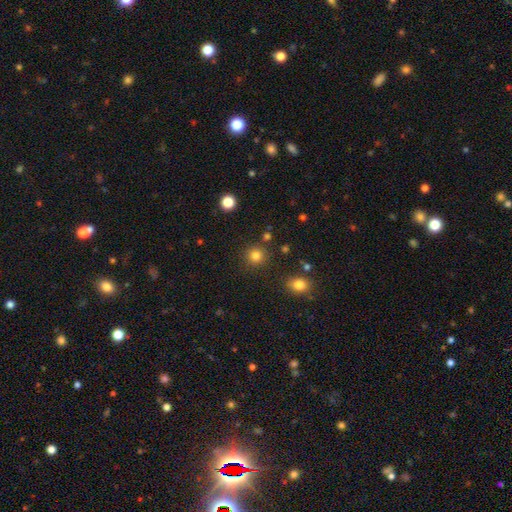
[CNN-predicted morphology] Smooth or featured? Predicted: smooth (p=0.82). How rounded? Predicted: round (p=0.92). Merging? Predicted: none (p=0.87).